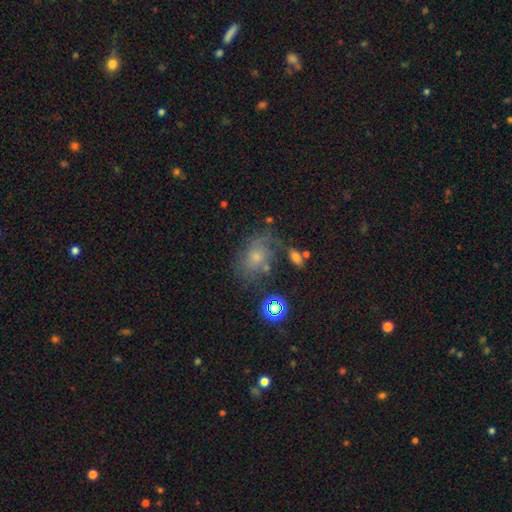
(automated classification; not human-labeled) smooth_or_featured: smooth (p=0.44) [alt: featured or disk p=0.32]
merging: none (p=0.53) [alt: minor disturbance p=0.22]